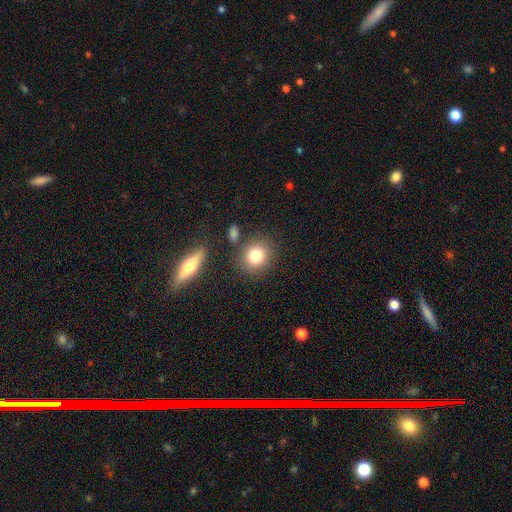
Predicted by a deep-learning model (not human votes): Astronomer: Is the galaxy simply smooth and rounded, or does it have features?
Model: smooth — 81%.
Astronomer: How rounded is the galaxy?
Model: round — 77%.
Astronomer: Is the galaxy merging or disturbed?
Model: none — 78%.